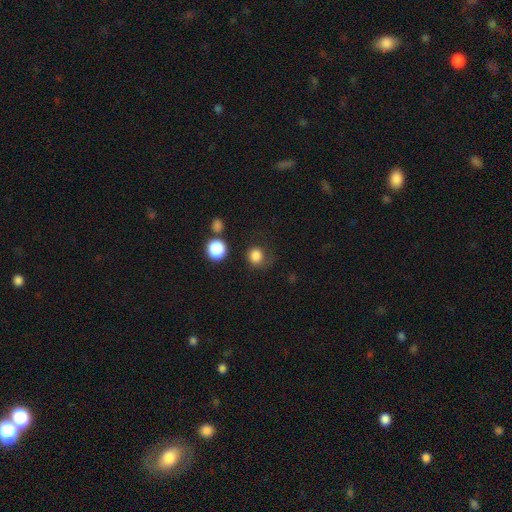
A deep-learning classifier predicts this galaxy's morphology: Q: Smooth or featured?
A: smooth (84%); runner-up: star or artifact (12%)
Q: How rounded?
A: round (84%); runner-up: in between (15%)
Q: Merging?
A: none (65%); runner-up: minor disturbance (20%)